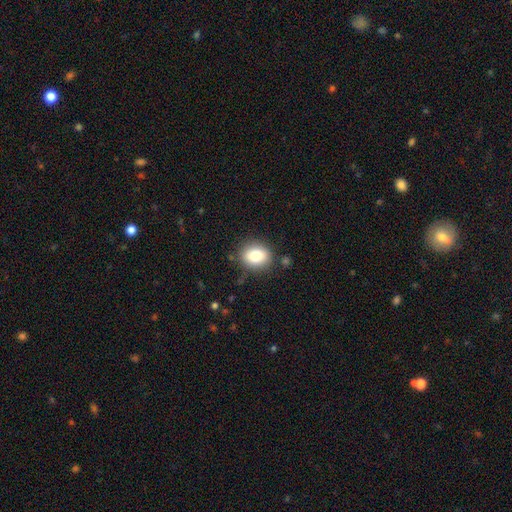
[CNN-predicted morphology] type=smooth (81%); roundness=round (55%); merging=none (84%).